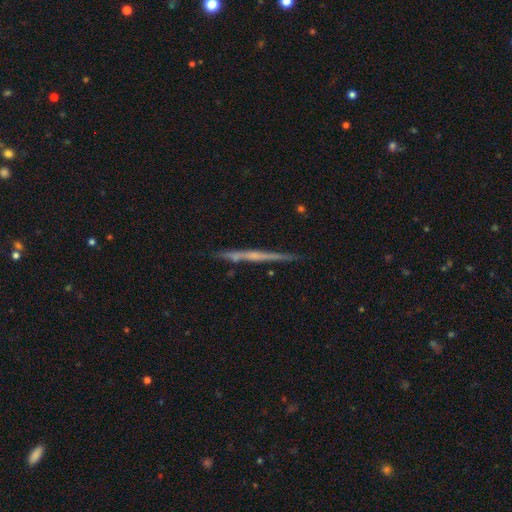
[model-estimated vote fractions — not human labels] Morphology: type=featured or disk (68%); edge-on=yes (98%); edge-on bulge=none (65%); merging=none (88%).